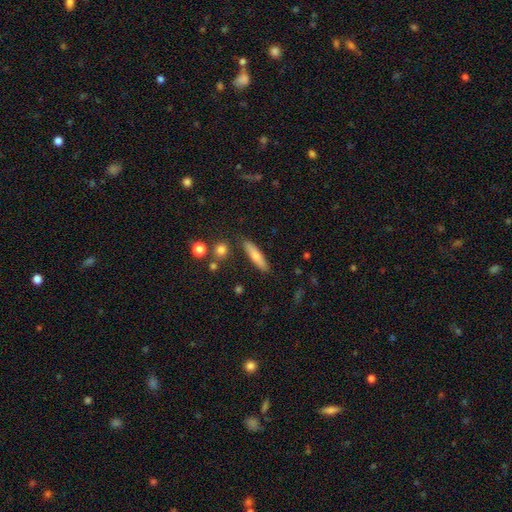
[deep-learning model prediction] A smooth galaxy with no disk features (72%) that is cigar-shaped (78%). Merging: none (86%).